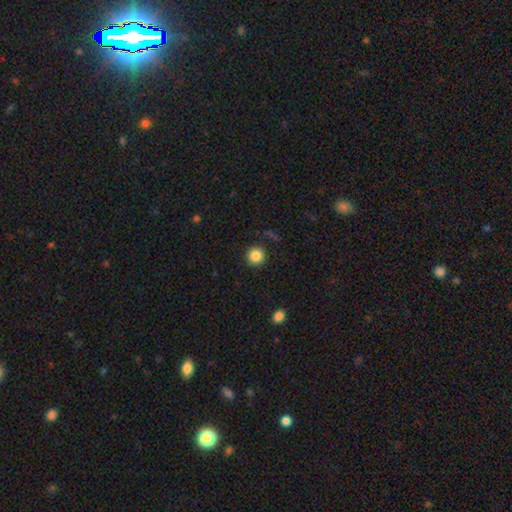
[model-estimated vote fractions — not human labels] Overall: smooth (85%). How rounded: round (95%). Merging: none (90%).